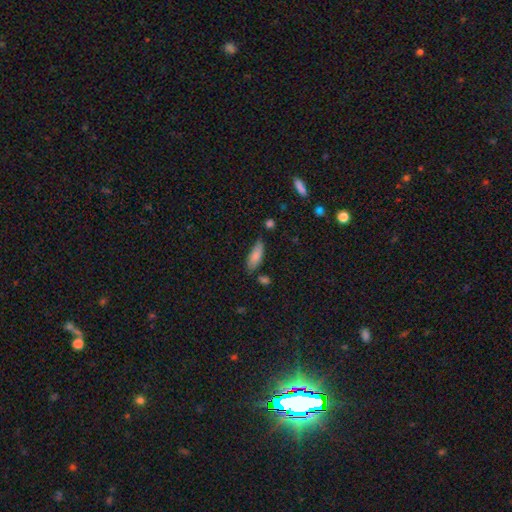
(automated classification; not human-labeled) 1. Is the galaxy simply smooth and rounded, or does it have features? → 82% smooth, 11% featured or disk, 7% star or artifact.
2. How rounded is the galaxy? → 70% in between, 28% cigar-shaped, 2% round.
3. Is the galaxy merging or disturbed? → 61% none, 29% minor disturbance, 6% major disturbance, 5% merger.